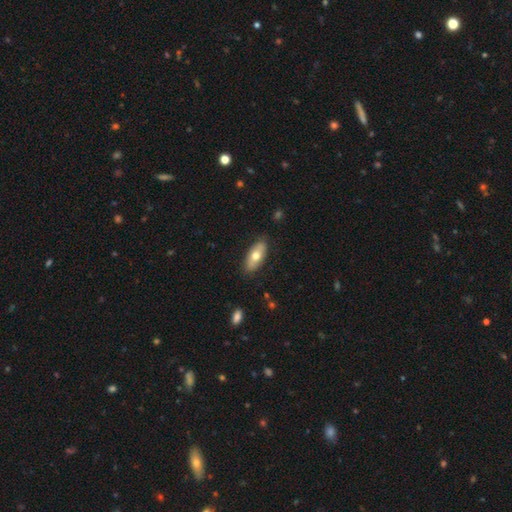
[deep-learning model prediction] smooth 67%, featured or disk 27%, star or artifact 6%. Down the decision tree: how rounded — in between (82%); merging — none (85%).